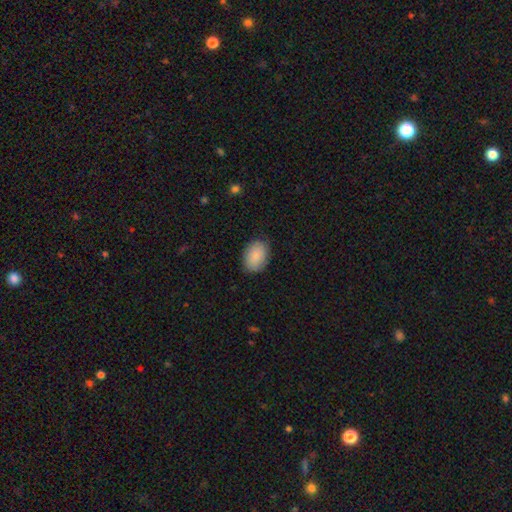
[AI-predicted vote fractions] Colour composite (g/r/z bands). It shows a smooth galaxy with no disk features (88%) that is in between round and cigar-shaped (81%). Merging: none (85%).